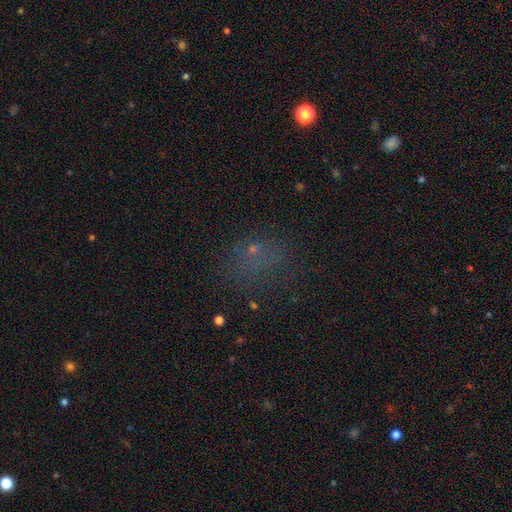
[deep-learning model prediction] The model was most divided on "smooth or featured": smooth: 49%, star or artifact: 35%, featured or disk: 16%. More confident: merging — none (59%).